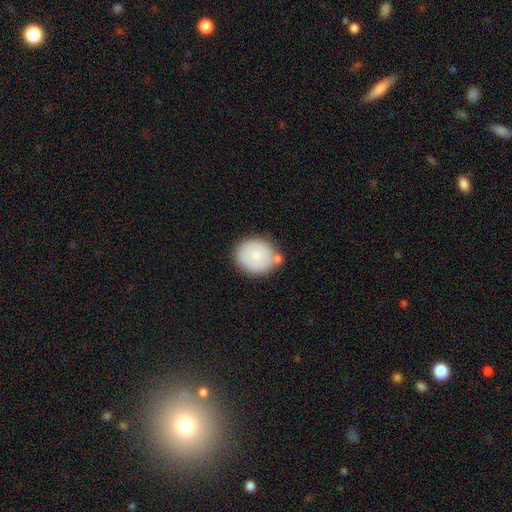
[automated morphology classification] Smooth or featured?
  - smooth: 81% *
  - featured or disk: 13%
  - star or artifact: 7%
How rounded?
  - round: 79% *
  - in between: 20%
  - cigar-shaped: 1%
Merging?
  - none: 71% *
  - minor disturbance: 14%
  - merger: 11%
  - major disturbance: 4%